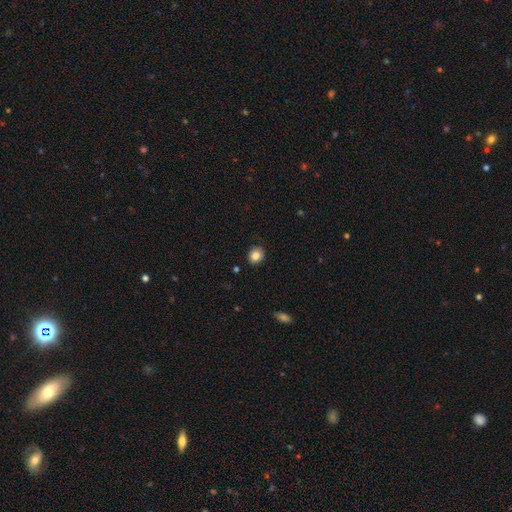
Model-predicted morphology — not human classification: Smooth or featured: smooth — 83% (star or artifact — 10%)
How rounded: round — 72% (in between — 27%)
Merging: none — 87% (minor disturbance — 10%)